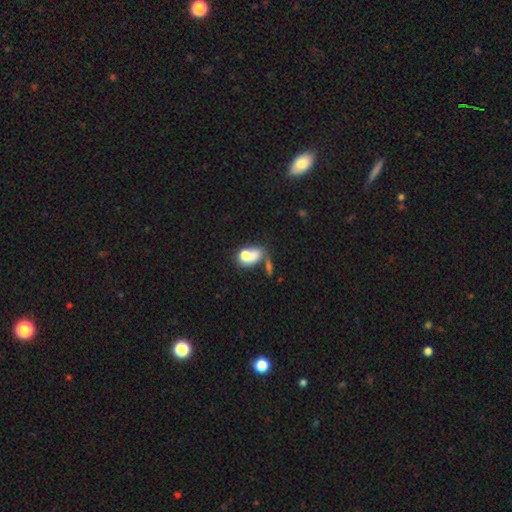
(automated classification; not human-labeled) Smooth or featured? smooth (71%)
How rounded? in between (68%)
Merging? merger (44%)